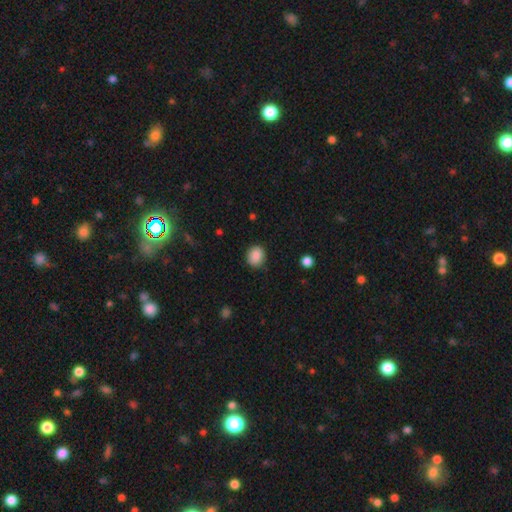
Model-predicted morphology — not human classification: This is clearly a smooth galaxy (89%). How rounded: likely round (64%). Merging: clearly none (84%).